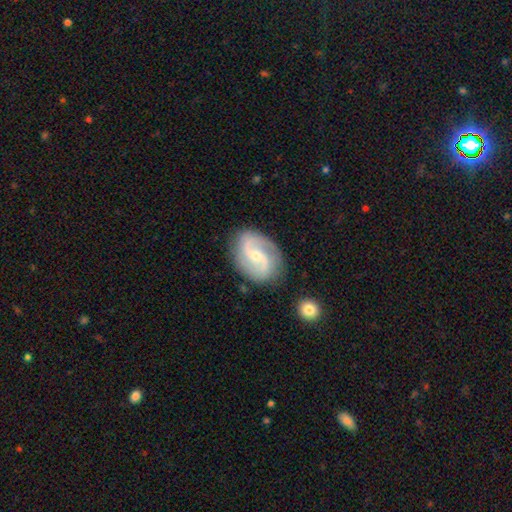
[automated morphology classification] Smooth or featured?
  - featured or disk: 86% *
  - smooth: 9%
  - star or artifact: 5%
Edge-on disk?
  - no: 97% *
  - yes: 3%
Bar?
  - weak: 44% *
  - no: 40%
  - strong: 17%
Spiral arms?
  - yes: 97% *
  - no: 3%
Spiral winding?
  - medium: 48% *
  - loose: 34%
  - tight: 18%
Spiral arm count?
  - 2: 92% *
  - can't tell: 3%
  - 3: 2%
  - 1: 1%
  - 4: 1%
  - more than 4: 1%
Bulge size?
  - small: 62% *
  - moderate: 34%
  - none: 2%
  - large: 1%
  - dominant: 1%
Merging?
  - none: 83% *
  - minor disturbance: 12%
  - major disturbance: 3%
  - merger: 2%